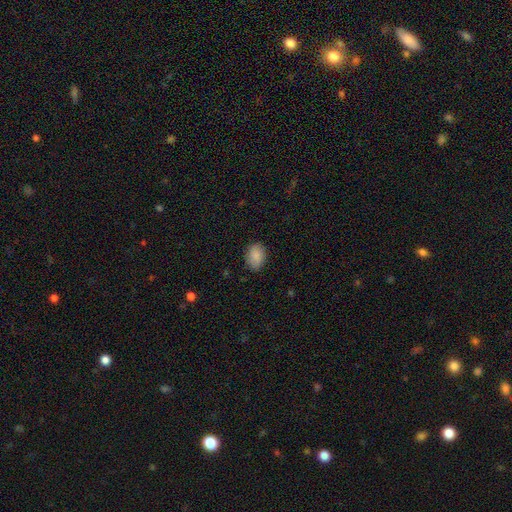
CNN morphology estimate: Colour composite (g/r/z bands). It shows a smooth galaxy with no disk features (88%) that is in between round and cigar-shaped (79%). Merging: none (84%).